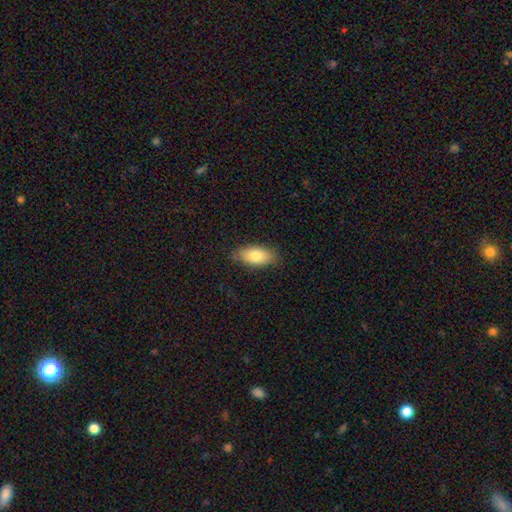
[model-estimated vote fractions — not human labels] Smooth or featured?
  - smooth: 79% *
  - featured or disk: 14%
  - star or artifact: 7%
How rounded?
  - in between: 89% *
  - cigar-shaped: 8%
  - round: 3%
Merging?
  - none: 83% *
  - minor disturbance: 14%
  - major disturbance: 2%
  - merger: 1%